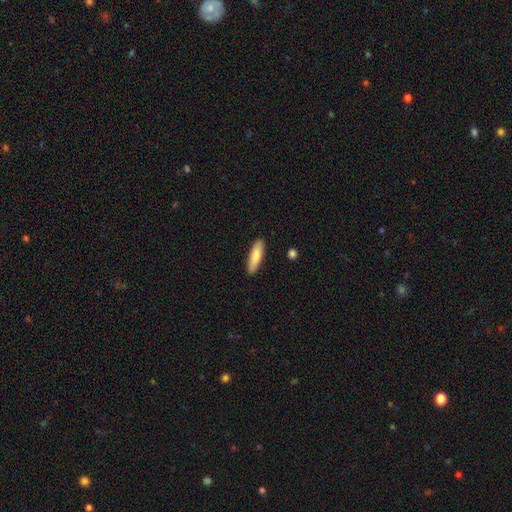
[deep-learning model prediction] Overall: smooth (83%). How rounded: cigar-shaped (61%; in between 37%). Merging: none (89%).